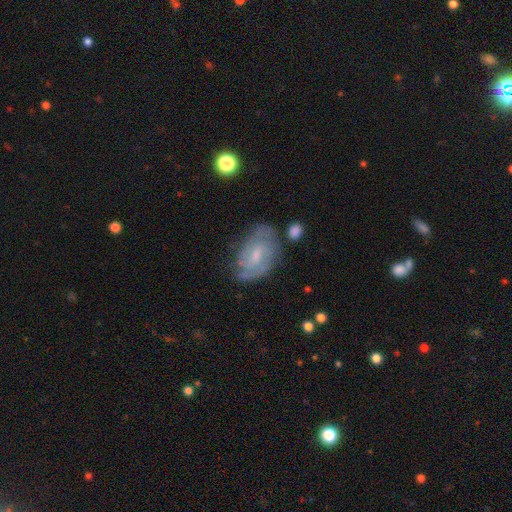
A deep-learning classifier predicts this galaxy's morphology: This appears to be a featured or disk galaxy (71%) with a weak bar (55%), 2 (45%) tight (49%) spiral arms (88%) and a small central bulge (54%). Merging: none (63%).